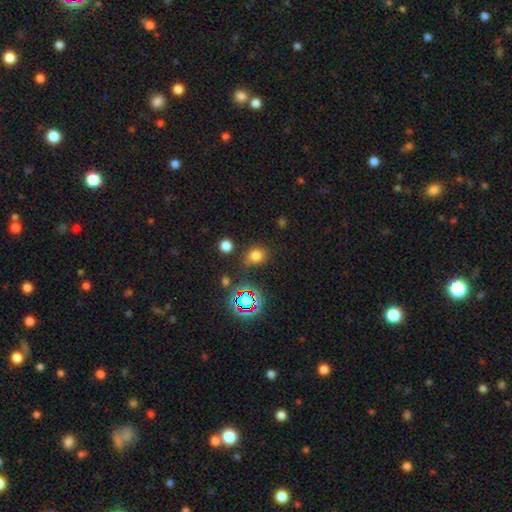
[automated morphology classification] Overall: smooth (69%). How rounded: round (75%). Merging: none (73%).